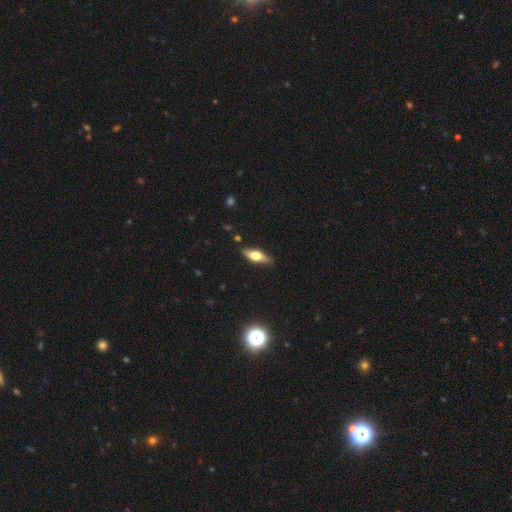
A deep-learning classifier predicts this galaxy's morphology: Q: Smooth or featured?
A: smooth (47%); tied with: featured or disk (47%)
Q: Merging?
A: none (85%); runner-up: minor disturbance (12%)